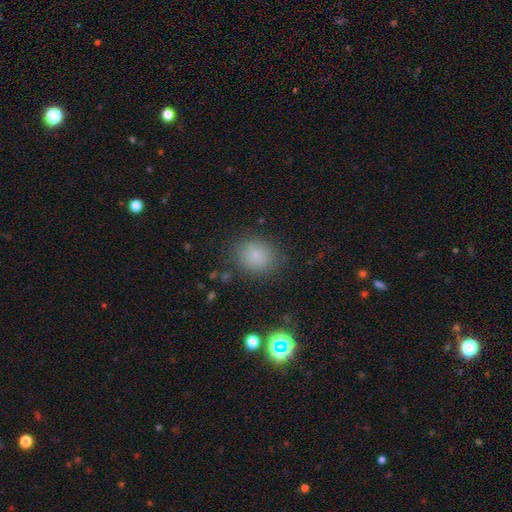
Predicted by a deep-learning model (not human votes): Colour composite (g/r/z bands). It shows a smooth galaxy with no disk features (75%) that is round (70%). Merging: none (83%).